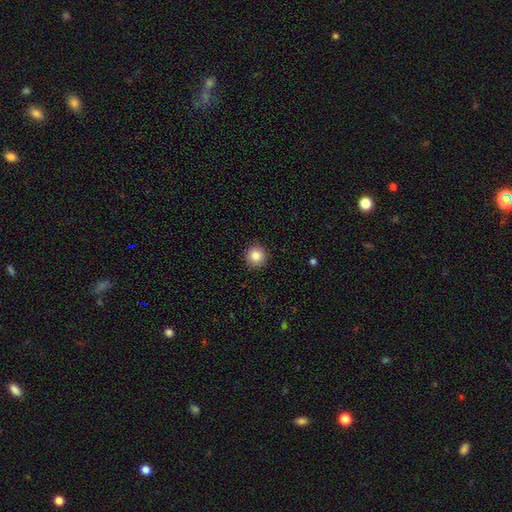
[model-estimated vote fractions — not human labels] Q: Smooth or featured?
A: smooth (85%); runner-up: star or artifact (10%)
Q: How rounded?
A: round (94%); runner-up: in between (5%)
Q: Merging?
A: none (92%); runner-up: minor disturbance (5%)